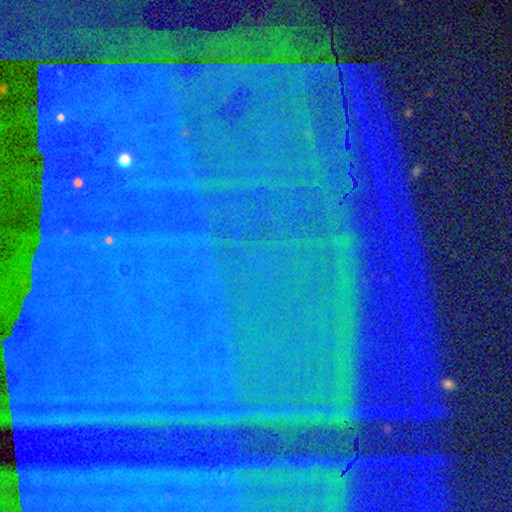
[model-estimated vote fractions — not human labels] Q: Smooth or featured?
A: star or artifact (86%); runner-up: featured or disk (8%)